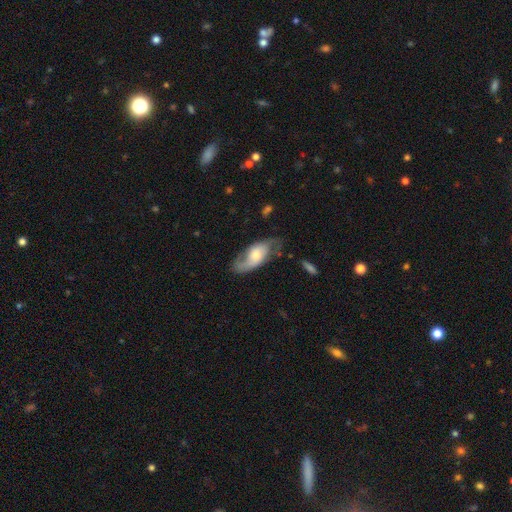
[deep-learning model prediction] Q: Smooth or featured?
A: featured or disk (65%); runner-up: smooth (29%)
Q: Edge-on disk?
A: no (90%); runner-up: yes (10%)
Q: Bar?
A: no (61%); runner-up: weak (31%)
Q: Spiral arms?
A: yes (87%); runner-up: no (13%)
Q: Spiral winding?
A: loose (51%); runner-up: medium (35%)
Q: Spiral arm count?
A: 2 (72%); runner-up: 1 (16%)
Q: Bulge size?
A: moderate (50%); runner-up: small (31%)
Q: Merging?
A: none (56%); runner-up: minor disturbance (25%)